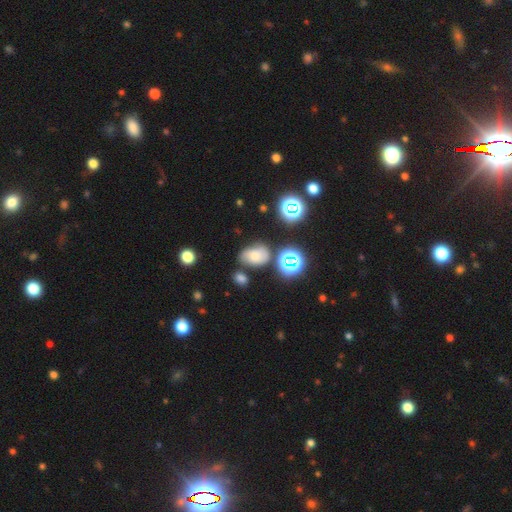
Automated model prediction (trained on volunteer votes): smooth 58%, star or artifact 22%, featured or disk 20%. Down the decision tree: how rounded — in between (76%); merging — none (57%).